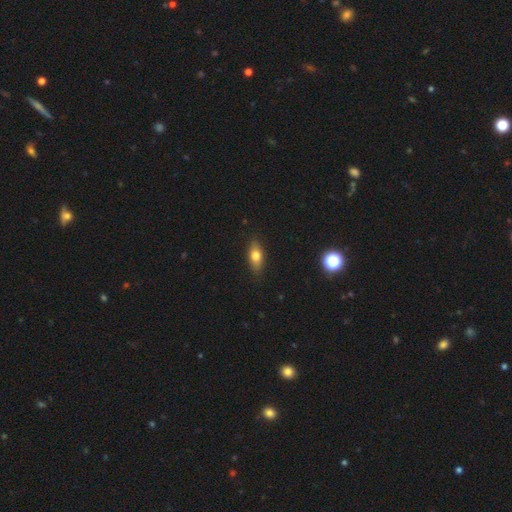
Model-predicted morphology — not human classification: type=smooth (71%); roundness=in between (76%); merging=none (86%).